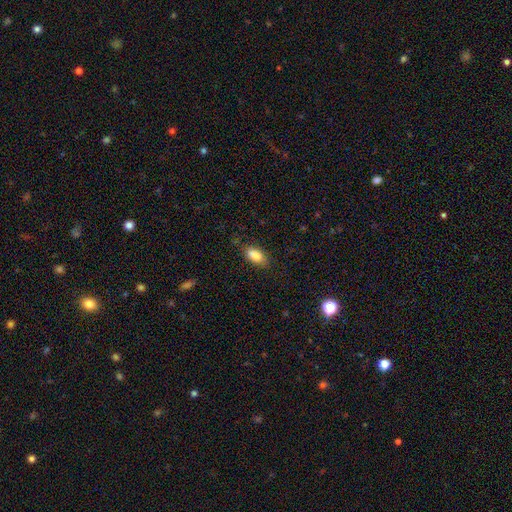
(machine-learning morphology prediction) Overall: smooth (83%). How rounded: in between (88%). Merging: none (79%).